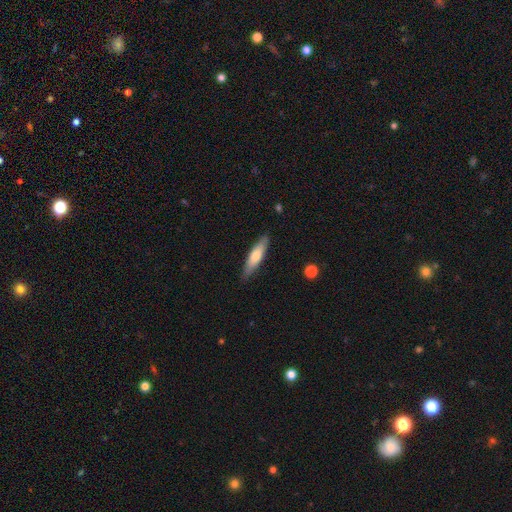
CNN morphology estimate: A smooth galaxy with no disk features (66%) that is cigar-shaped (74%). Merging: none (86%).